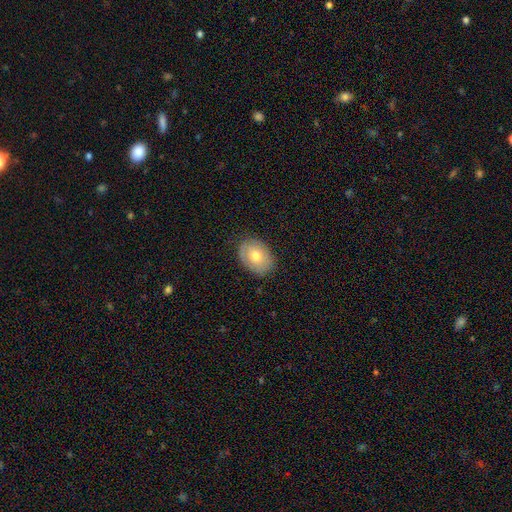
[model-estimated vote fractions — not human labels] This appears to be a smooth galaxy with no disk features (64%) that is in between round and cigar-shaped (71%). Merging: none (80%).